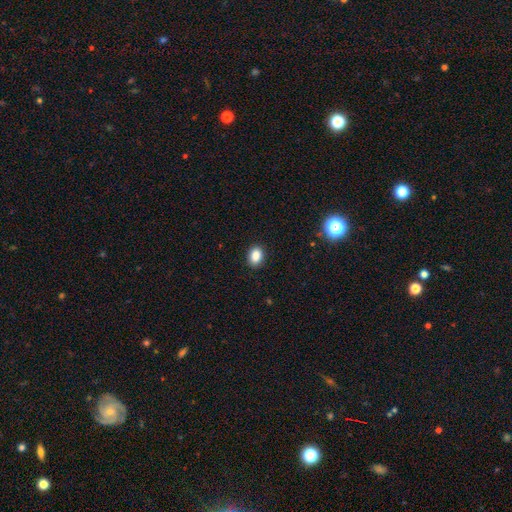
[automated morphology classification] The model was most divided on "how rounded": in between: 74%, round: 25%, cigar-shaped: 1%. More confident: merging — none (89%); smooth or featured — smooth (87%).